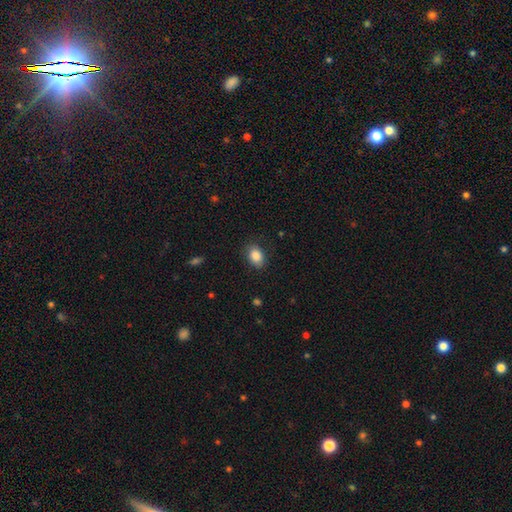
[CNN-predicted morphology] smooth-or-featured: smooth: 86% | star or artifact: 8% | featured or disk: 6%
  how-rounded: in between: 77% | round: 22% | cigar-shaped: 1%
  merging: none: 84% | minor disturbance: 12% | major disturbance: 3% | merger: 1%